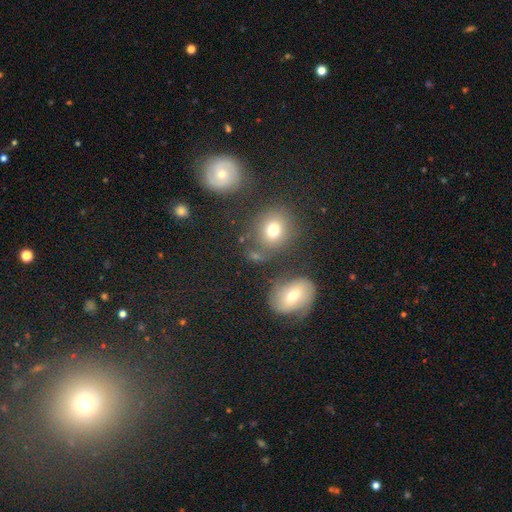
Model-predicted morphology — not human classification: This is likely a smooth galaxy (67%). How rounded: likely round (67%). Merging: likely none (71%).